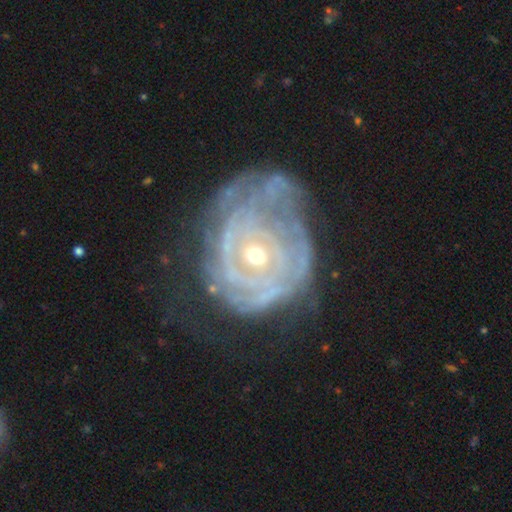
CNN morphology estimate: Smooth or featured?
  - featured or disk: 83% *
  - smooth: 10%
  - star or artifact: 7%
Edge-on disk?
  - no: 96% *
  - yes: 4%
Bar?
  - no: 73% *
  - weak: 20%
  - strong: 7%
Spiral arms?
  - yes: 83% *
  - no: 17%
Spiral winding?
  - tight: 76% *
  - medium: 17%
  - loose: 7%
Spiral arm count?
  - can't tell: 46% *
  - 2: 17%
  - 3: 12%
  - 4: 9%
  - more than 4: 9%
  - 1: 7%
Bulge size?
  - moderate: 51% *
  - small: 44%
  - large: 3%
  - none: 1%
  - dominant: 1%
Merging?
  - none: 48% *
  - minor disturbance: 25%
  - major disturbance: 23%
  - merger: 3%